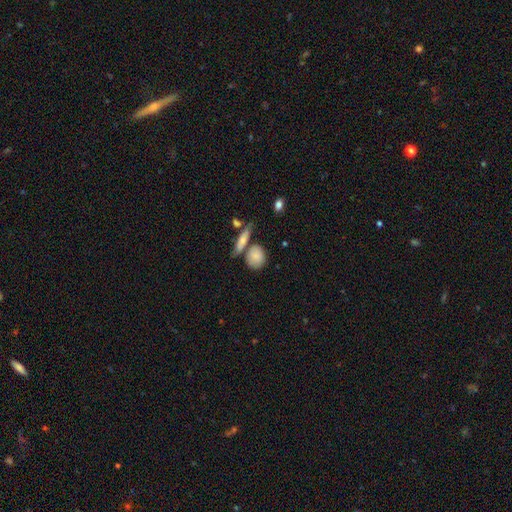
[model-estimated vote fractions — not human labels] This is clearly a smooth galaxy (82%). How rounded: possibly round (58%). Merging: possibly none (57%).